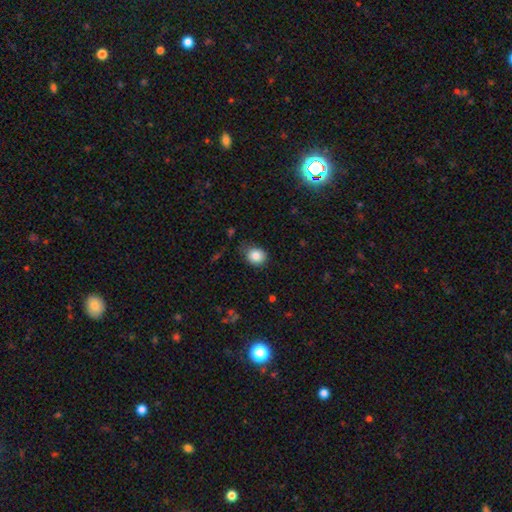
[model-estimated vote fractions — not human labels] Morphology: type=smooth (85%); roundness=round (69%); merging=none (73%).